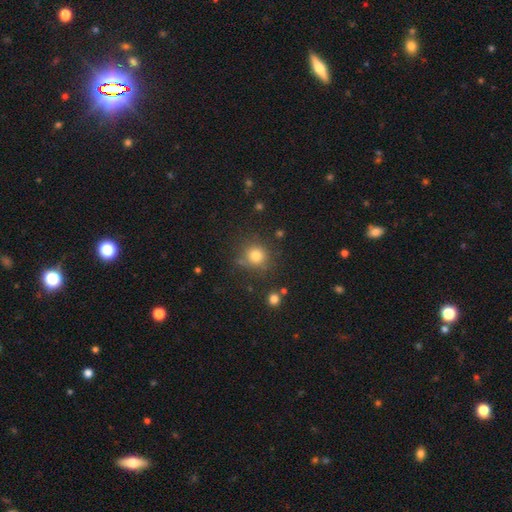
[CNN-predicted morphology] Smooth or featured? smooth (79%)
How rounded? round (91%)
Merging? none (79%)